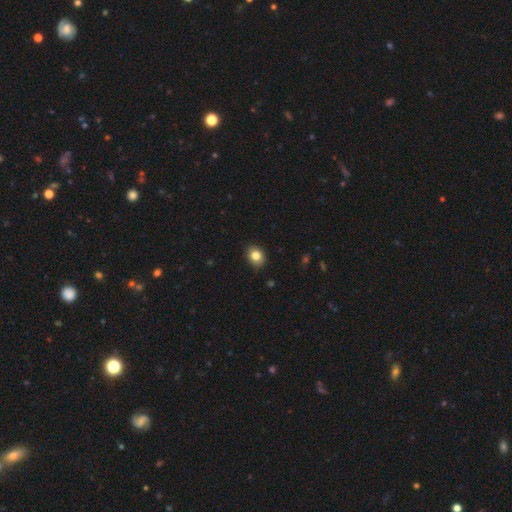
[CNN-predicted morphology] A smooth galaxy with no disk features (83%) that is in between round and cigar-shaped (51%).

Vote fractions:
- Smooth or featured? smooth: 83% / star or artifact: 10% / featured or disk: 8%
- How rounded? in between: 51% / round: 48% / cigar-shaped: 1%
- Merging? none: 87% / minor disturbance: 10% / major disturbance: 2% / merger: 1%